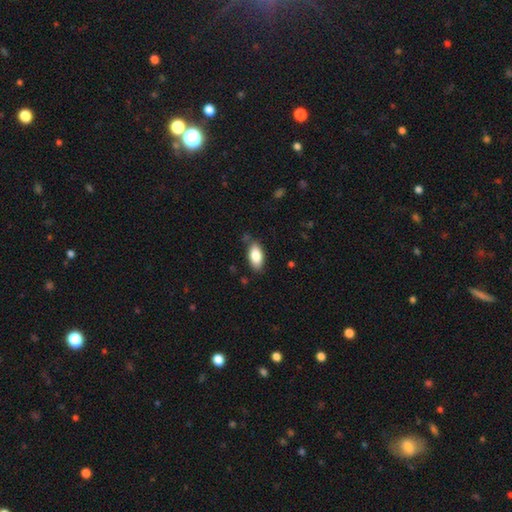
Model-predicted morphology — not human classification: This is clearly a smooth galaxy (83%). How rounded: clearly in between (90%). Merging: clearly none (80%).